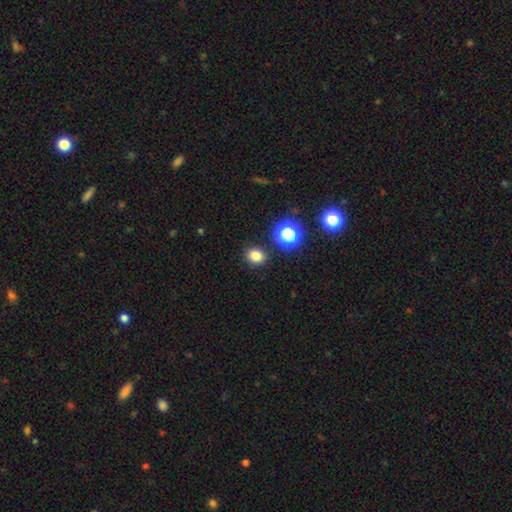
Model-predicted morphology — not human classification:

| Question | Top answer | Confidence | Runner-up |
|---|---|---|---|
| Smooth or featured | smooth | 80% | star or artifact (15%) |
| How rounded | round | 66% | in between (33%) |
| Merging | none | 88% | minor disturbance (7%) |